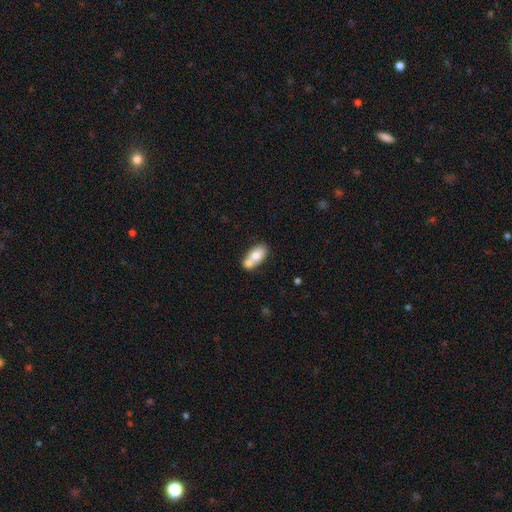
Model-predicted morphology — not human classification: Overall: smooth (68%). How rounded: in between (85%). Merging: merger (52%; none 33%).